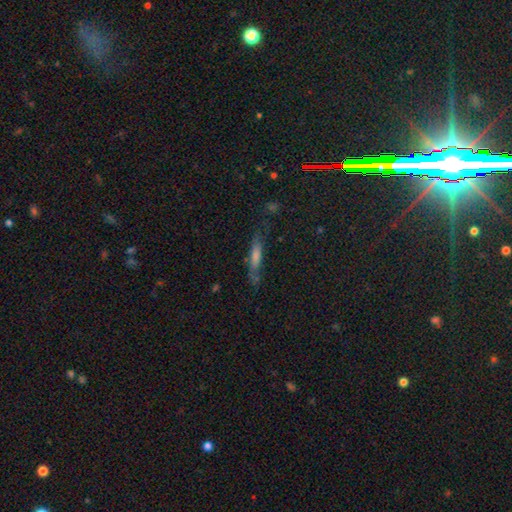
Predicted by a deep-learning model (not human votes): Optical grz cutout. It shows a smooth galaxy with no disk features (49%). Merging: none (68%).